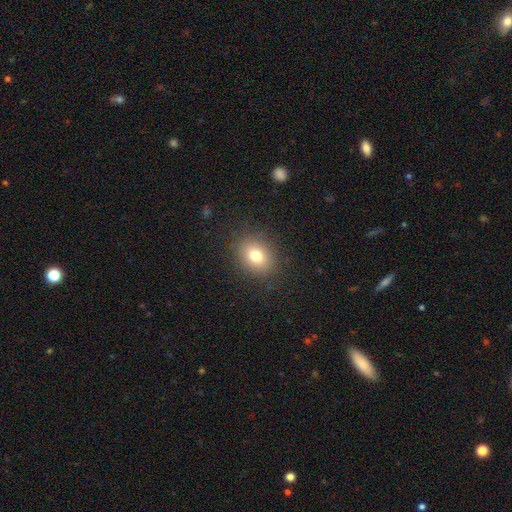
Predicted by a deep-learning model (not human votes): A smooth galaxy with no disk features (78%) that is in between round and cigar-shaped (52%). Merging: none (86%).